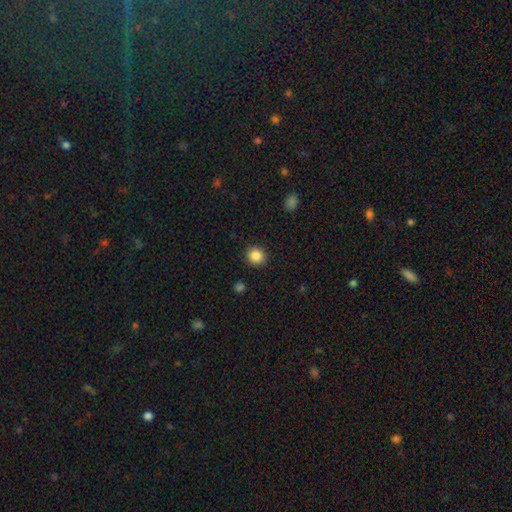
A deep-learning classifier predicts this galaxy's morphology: The model was most divided on "how rounded": round: 84%, in between: 16%, cigar-shaped: 1%. More confident: merging — none (91%); smooth or featured — smooth (87%).